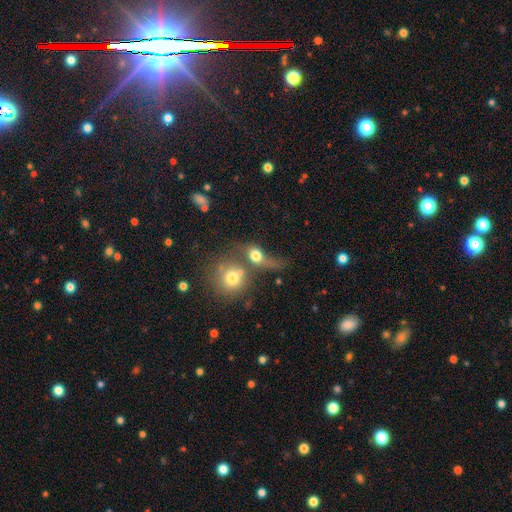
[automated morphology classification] Overall: smooth (64%). How rounded: round (52%; in between 42%). Merging: merger (41%; none 24%).